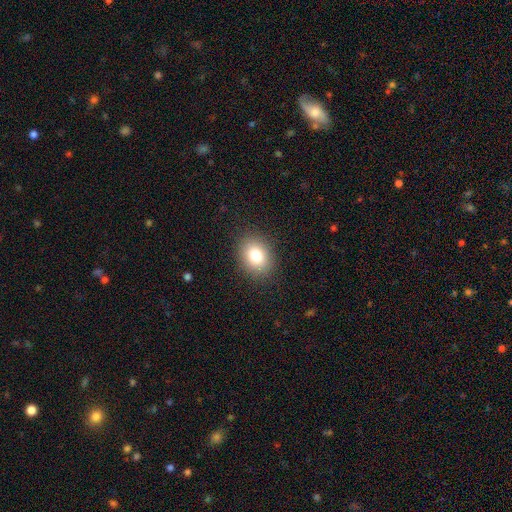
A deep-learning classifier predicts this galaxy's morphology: Q: Smooth or featured?
A: smooth (80%); runner-up: star or artifact (11%)
Q: How rounded?
A: in between (50%); runner-up: round (49%)
Q: Merging?
A: none (88%); runner-up: minor disturbance (8%)